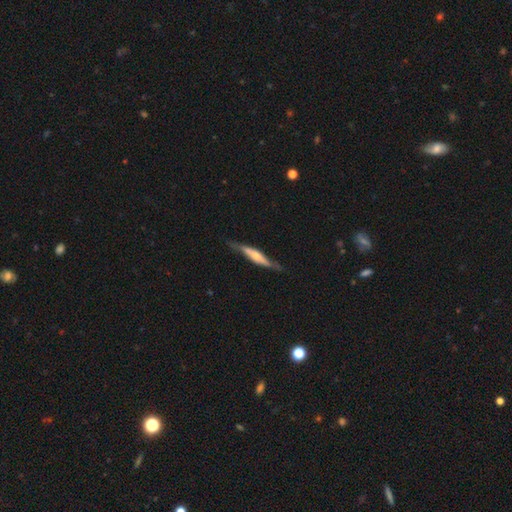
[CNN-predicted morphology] This appears to be a featured or disk galaxy (61%) viewed edge-on (84%) with a rounded central bulge (64%). Merging: none (73%).